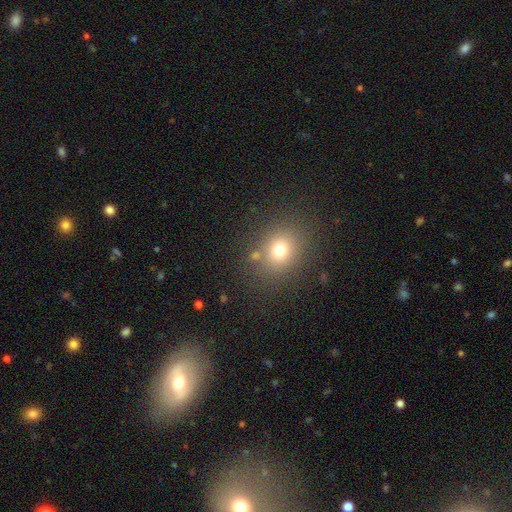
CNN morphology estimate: A smooth galaxy with no disk features (72%) that is round (71%). Merging: none (80%).